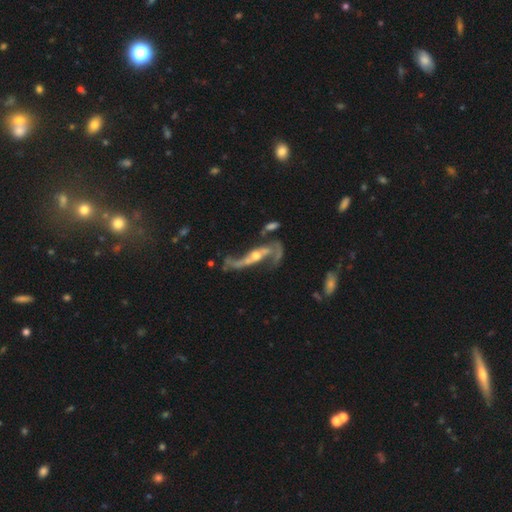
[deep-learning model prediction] smooth-or-featured: featured or disk: 85% | star or artifact: 8% | smooth: 7%
  disk-edge-on: no: 78% | yes: 22%
    bar: no: 47% | weak: 28% | strong: 25%
    has-spiral-arms: yes: 88% | no: 12%
      spiral-winding: loose: 83% | medium: 13% | tight: 4%
      spiral-arm-count: 2: 86% | can't tell: 5% | 1: 4% | 3: 2% | 4: 1% | more than 4: 1%
    bulge-size: moderate: 54% | small: 36% | large: 5% | none: 4% | dominant: 2%
  merging: none: 41% | major disturbance: 26% | minor disturbance: 18% | merger: 14%